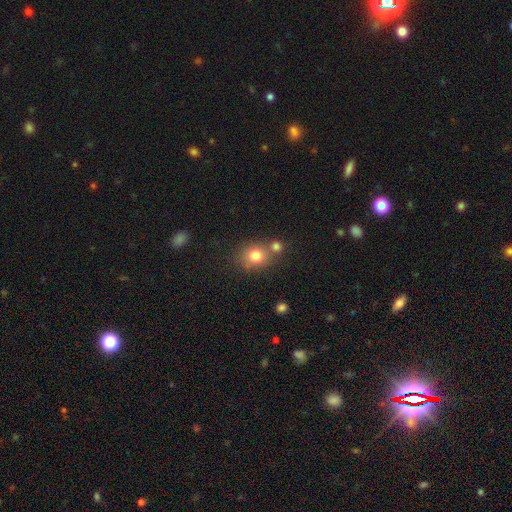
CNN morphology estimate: smooth_or_featured: smooth (p=0.78) [alt: star or artifact p=0.12]
how_rounded: round (p=0.74) [alt: in between p=0.25]
merging: none (p=0.55) [alt: merger p=0.30]